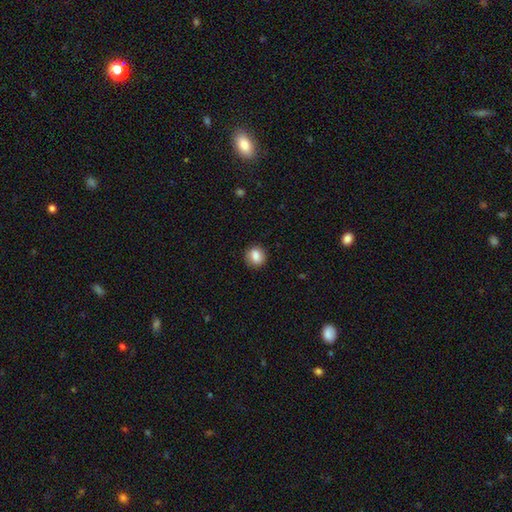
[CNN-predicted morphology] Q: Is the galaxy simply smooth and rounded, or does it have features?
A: smooth — 85%.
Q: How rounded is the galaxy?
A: round — 72%.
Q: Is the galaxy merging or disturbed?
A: none — 85%.